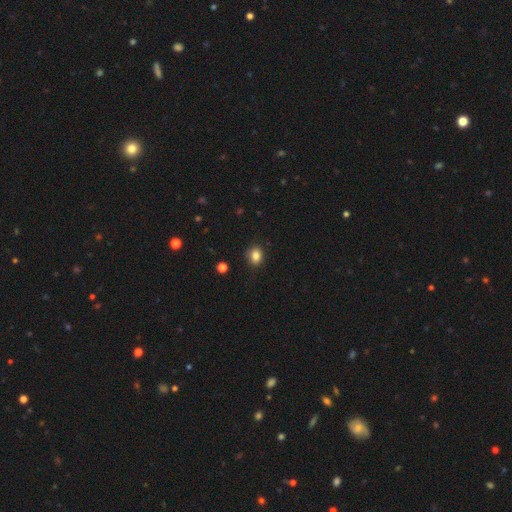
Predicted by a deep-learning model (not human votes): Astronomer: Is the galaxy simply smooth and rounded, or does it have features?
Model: smooth — 84%.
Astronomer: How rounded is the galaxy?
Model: round — 55% (runner-up: in between, 44%).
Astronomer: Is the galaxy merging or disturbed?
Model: none — 83%.